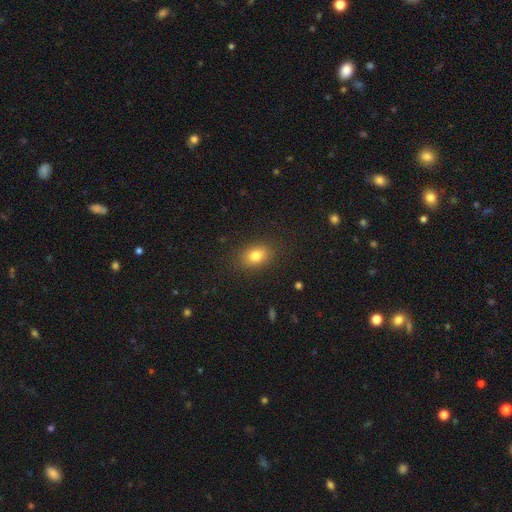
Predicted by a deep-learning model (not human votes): Overall: smooth (80%). How rounded: in between (74%). Merging: none (86%).